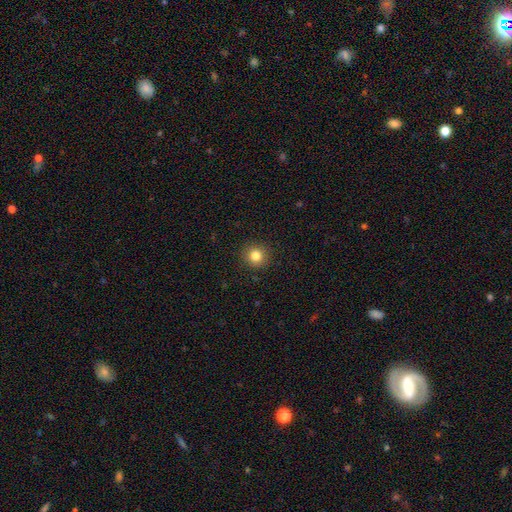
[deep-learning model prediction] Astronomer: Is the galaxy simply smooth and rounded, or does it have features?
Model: smooth — 82%.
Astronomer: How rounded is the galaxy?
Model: round — 93%.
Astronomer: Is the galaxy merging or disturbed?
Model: none — 91%.